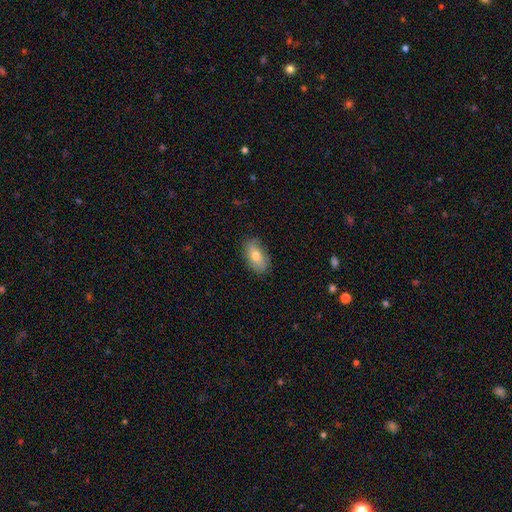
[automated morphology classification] Smooth or featured: smooth — 73% (featured or disk — 20%)
How rounded: in between — 90% (round — 6%)
Merging: none — 81% (minor disturbance — 15%)